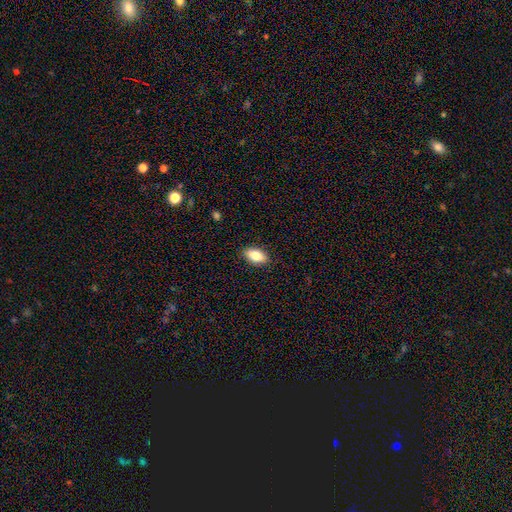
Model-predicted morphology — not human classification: smooth-or-featured: smooth: 79% | featured or disk: 13% | star or artifact: 8%
  how-rounded: in between: 89% | cigar-shaped: 6% | round: 5%
  merging: none: 88% | minor disturbance: 9% | major disturbance: 2% | merger: 1%